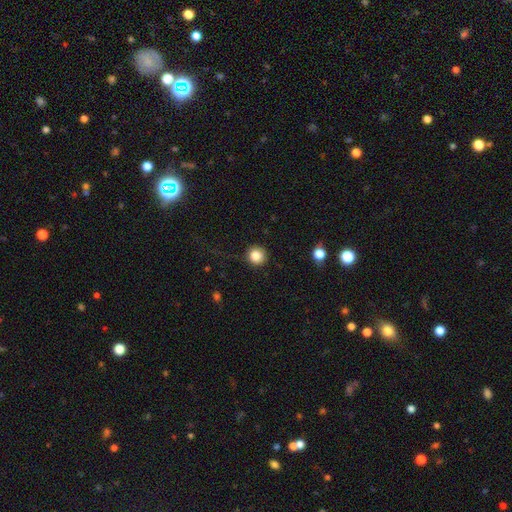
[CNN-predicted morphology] A smooth galaxy with no disk features (85%) that is round (94%). Merging: none (86%).